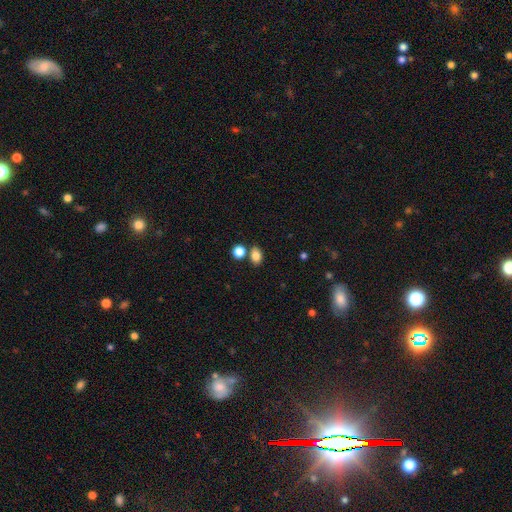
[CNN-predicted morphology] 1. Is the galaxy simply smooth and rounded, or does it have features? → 82% smooth, 11% star or artifact, 6% featured or disk.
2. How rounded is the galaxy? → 66% in between, 32% round, 1% cigar-shaped.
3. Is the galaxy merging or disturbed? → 69% none, 17% merger, 11% minor disturbance, 3% major disturbance.